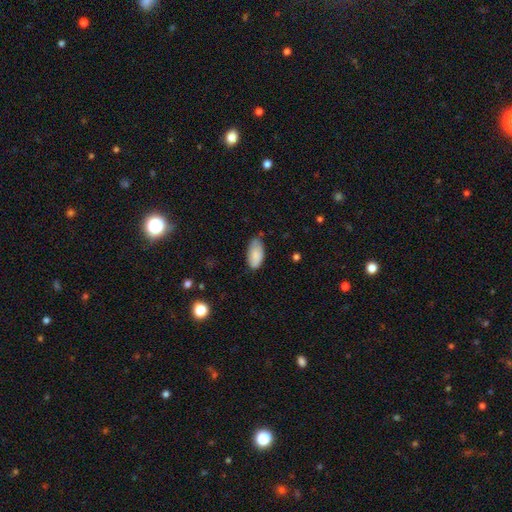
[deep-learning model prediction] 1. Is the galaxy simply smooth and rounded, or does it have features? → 87% smooth, 7% star or artifact, 7% featured or disk.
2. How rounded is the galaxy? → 94% in between, 4% cigar-shaped, 2% round.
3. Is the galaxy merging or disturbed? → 61% none, 32% minor disturbance, 5% major disturbance, 2% merger.